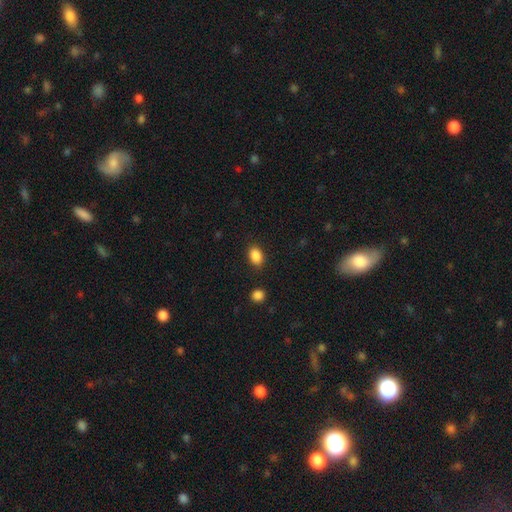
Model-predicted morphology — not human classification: Smooth or featured? smooth (87%)
How rounded? in between (80%)
Merging? none (85%)